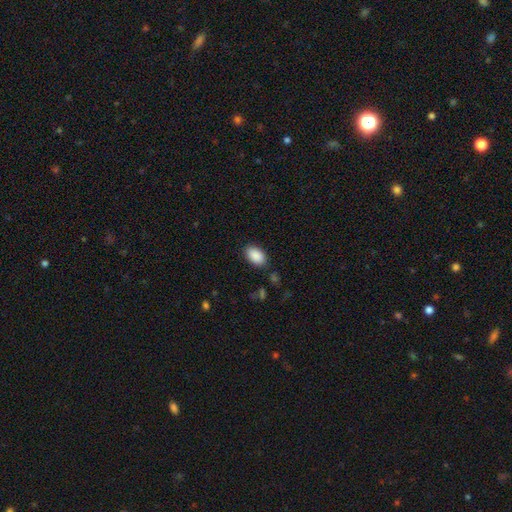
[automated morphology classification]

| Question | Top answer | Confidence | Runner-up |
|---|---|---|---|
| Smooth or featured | smooth | 90% | star or artifact (7%) |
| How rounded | in between | 93% | round (6%) |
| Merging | none | 85% | minor disturbance (10%) |